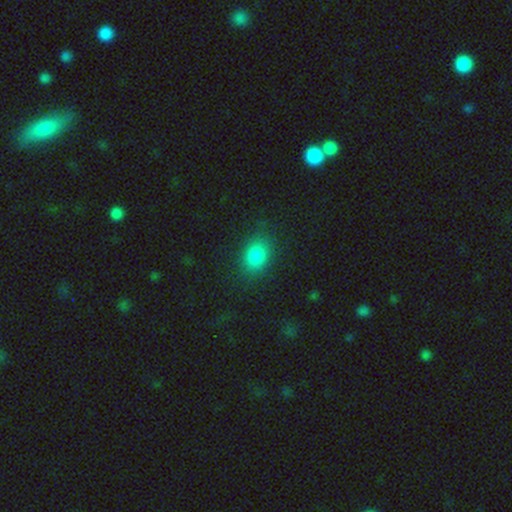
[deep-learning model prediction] This is clearly a smooth galaxy (82%). How rounded: likely in between (63%). Merging: clearly none (84%).